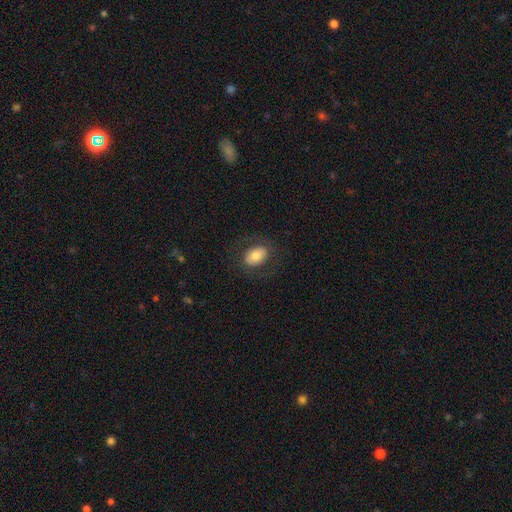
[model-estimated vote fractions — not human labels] This appears to be a smooth galaxy with no disk features (72%) that is in between round and cigar-shaped (78%). Merging: none (78%).